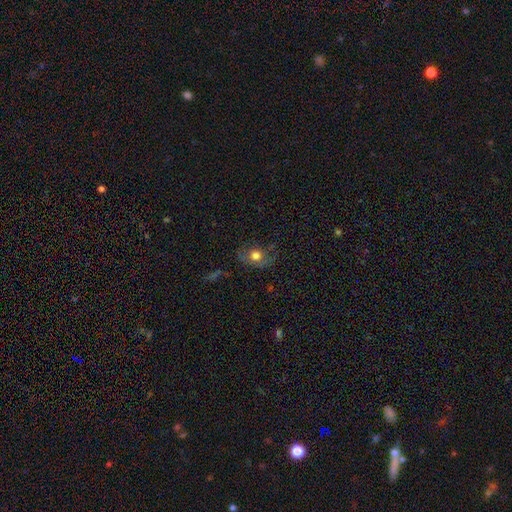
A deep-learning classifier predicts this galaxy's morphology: The model was most divided on "how rounded": in between: 51%, round: 47%, cigar-shaped: 2%. More confident: smooth or featured — smooth (67%); merging — none (64%).